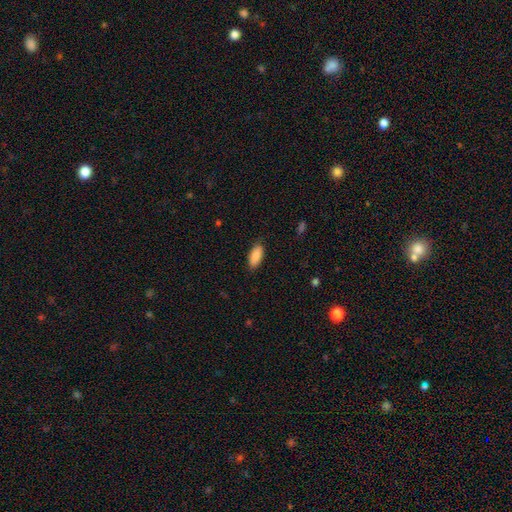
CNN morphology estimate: Smooth or featured?
  - smooth: 88% *
  - star or artifact: 6%
  - featured or disk: 6%
How rounded?
  - in between: 85% *
  - cigar-shaped: 13%
  - round: 2%
Merging?
  - none: 84% *
  - minor disturbance: 12%
  - major disturbance: 3%
  - merger: 1%